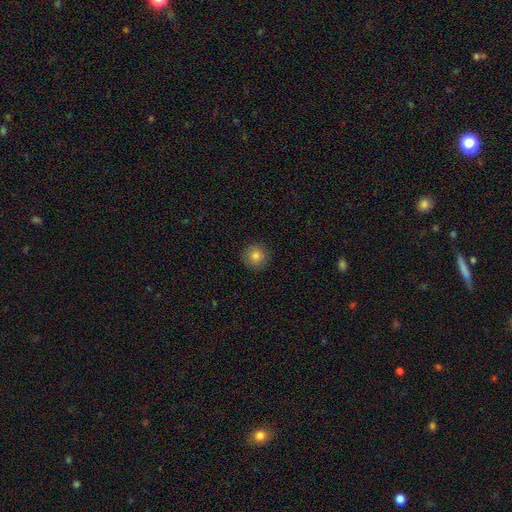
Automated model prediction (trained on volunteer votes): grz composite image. It shows a smooth galaxy with no disk features (84%) that is round (95%). Merging: none (91%).